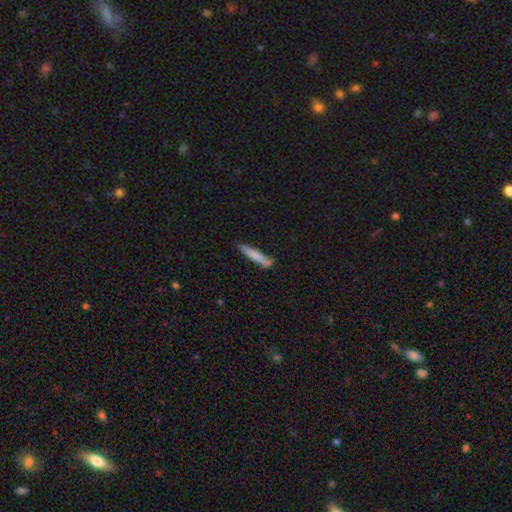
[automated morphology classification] This appears to be a smooth galaxy with no disk features (75%) that is cigar-shaped (91%). Merging: none (69%).